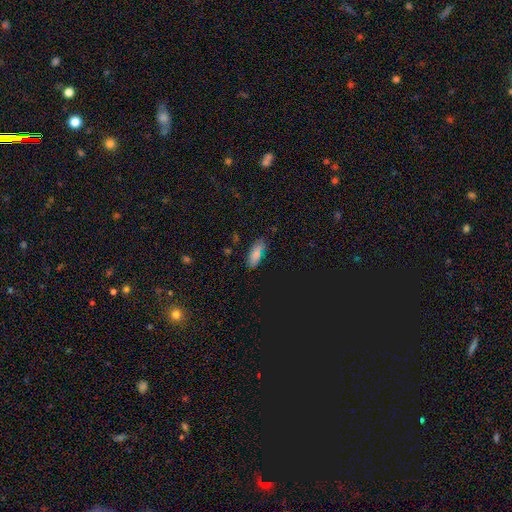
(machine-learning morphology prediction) type=smooth (77%); roundness=in between (82%); merging=none (76%).